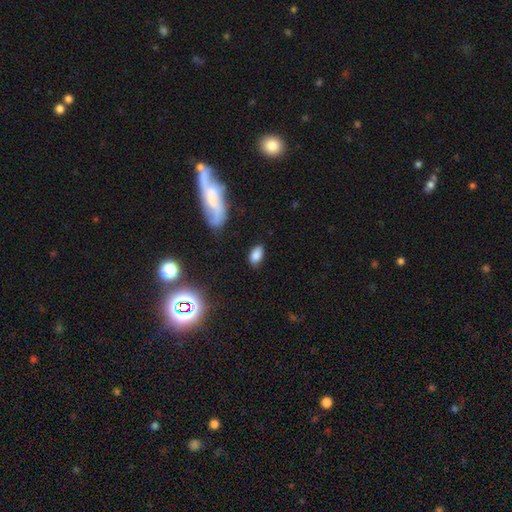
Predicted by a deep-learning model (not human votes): Q: Smooth or featured?
A: smooth (81%); runner-up: star or artifact (11%)
Q: How rounded?
A: in between (92%); runner-up: round (6%)
Q: Merging?
A: none (79%); runner-up: minor disturbance (14%)